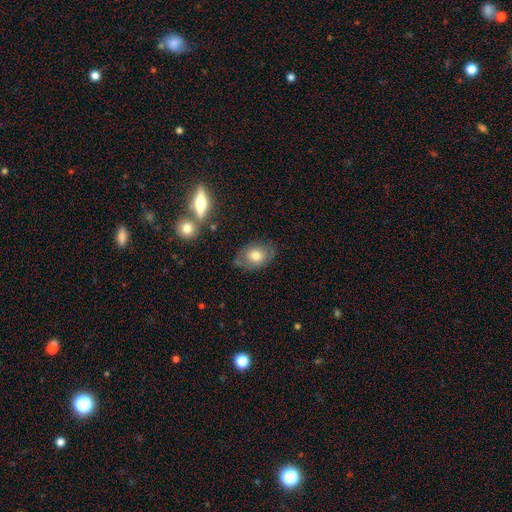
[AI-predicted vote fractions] The model was most divided on "smooth or featured": smooth: 69%, featured or disk: 22%, star or artifact: 9%. More confident: how rounded — in between (77%); merging — none (72%).